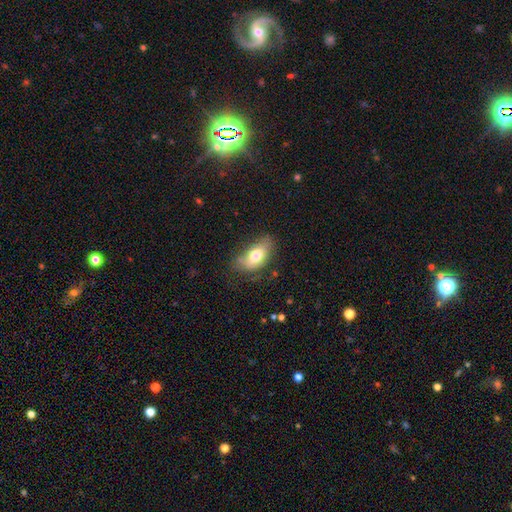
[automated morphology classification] Overall: smooth (72%). How rounded: in between (89%). Merging: none (62%; minor disturbance 27%).